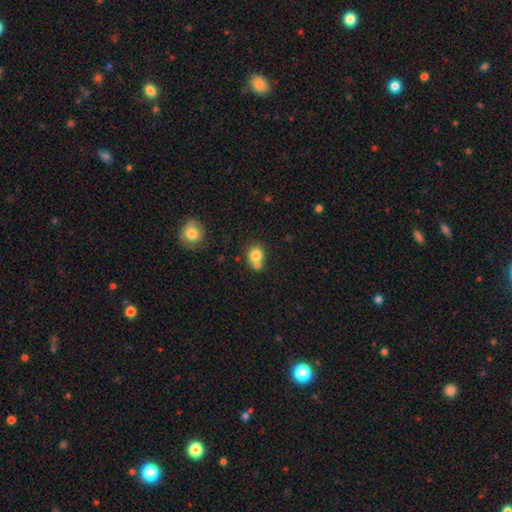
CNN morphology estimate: smooth-or-featured: smooth: 79% | featured or disk: 11% | star or artifact: 10%
  how-rounded: round: 70% | in between: 29% | cigar-shaped: 1%
  merging: none: 45% | merger: 41% | minor disturbance: 11% | major disturbance: 4%